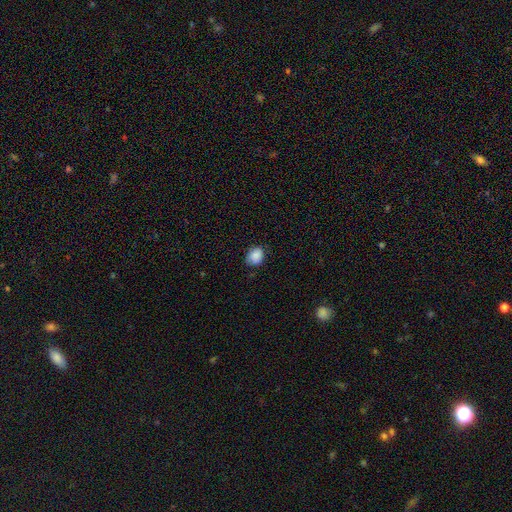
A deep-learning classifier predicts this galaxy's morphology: A smooth galaxy with no disk features (88%) that is round (50%, tied with in between). Merging: none (74%).